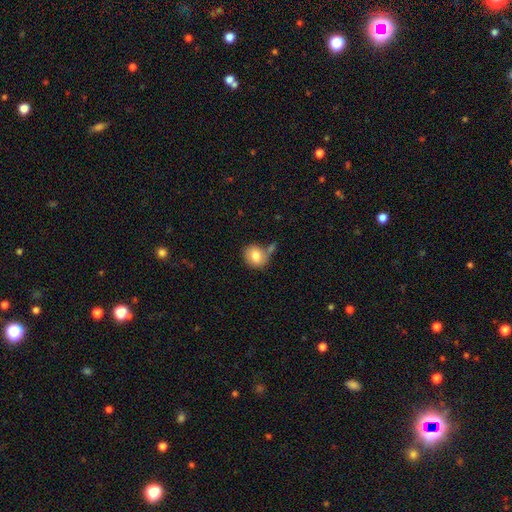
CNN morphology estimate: A smooth galaxy with no disk features (80%) that is round (70%).

Vote fractions:
- Smooth or featured? smooth: 80% / featured or disk: 12% / star or artifact: 8%
- How rounded? round: 70% / in between: 29% / cigar-shaped: 1%
- Merging? none: 52% / merger: 21% / minor disturbance: 19% / major disturbance: 8%